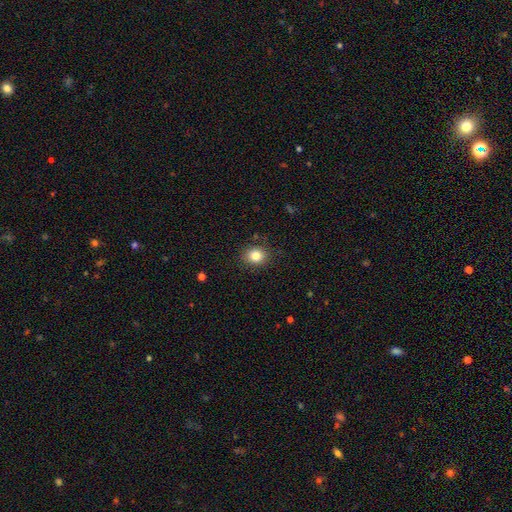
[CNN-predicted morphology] smooth_or_featured: smooth (p=0.83) [alt: star or artifact p=0.11]
how_rounded: round (p=0.69) [alt: in between p=0.31]
merging: none (p=0.87) [alt: minor disturbance p=0.09]